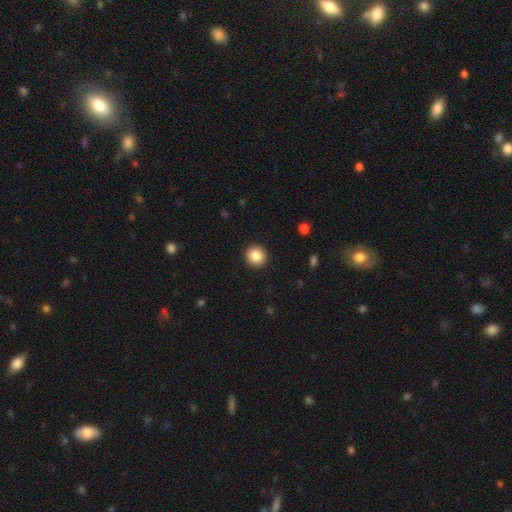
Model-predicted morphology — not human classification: This is clearly a smooth galaxy (86%). How rounded: clearly round (92%). Merging: clearly none (92%).